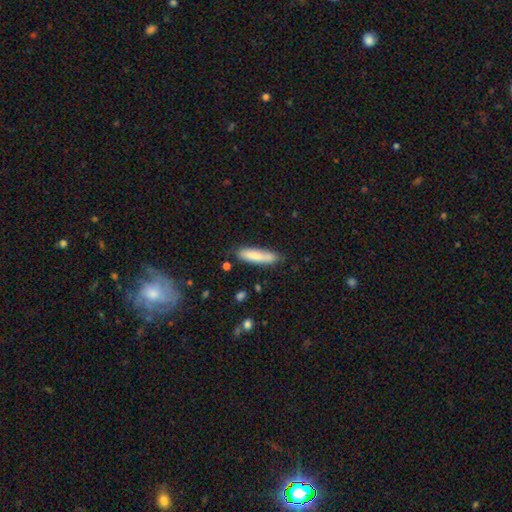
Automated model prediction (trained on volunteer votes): Smooth or featured? smooth (80%)
How rounded? cigar-shaped (77%)
Merging? none (74%)